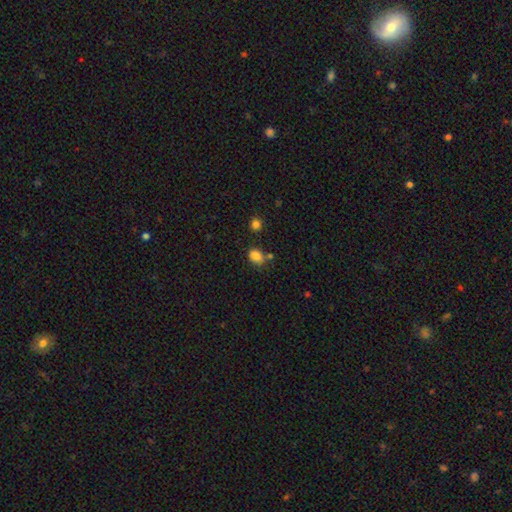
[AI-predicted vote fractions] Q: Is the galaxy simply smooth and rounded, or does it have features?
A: smooth — 84%.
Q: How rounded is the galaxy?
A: in between — 68%.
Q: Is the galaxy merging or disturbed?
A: none — 68%.